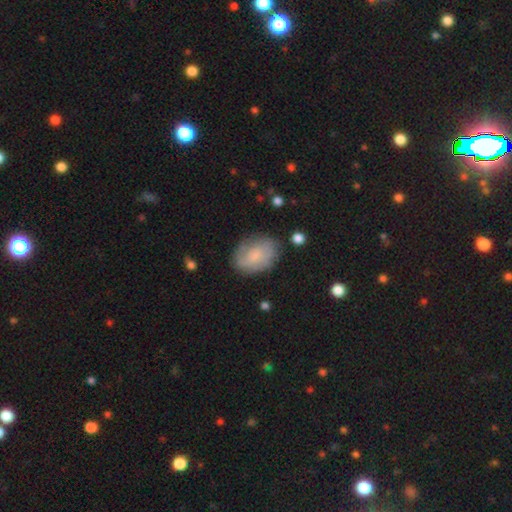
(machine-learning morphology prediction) Smooth or featured? smooth (60%)
How rounded? in between (79%)
Merging? none (70%)